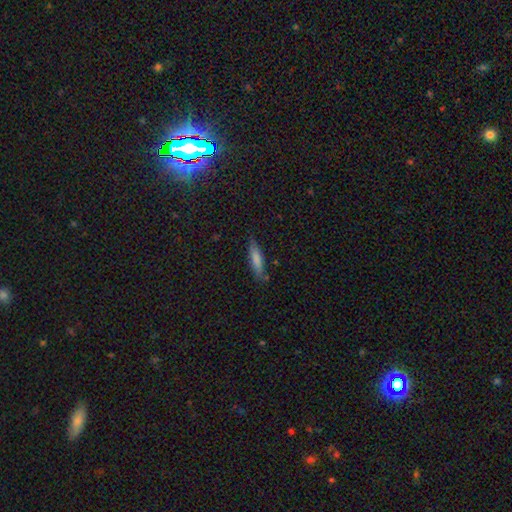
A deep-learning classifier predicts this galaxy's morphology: Smooth or featured: smooth — 70% (featured or disk — 20%)
How rounded: cigar-shaped — 77% (in between — 21%)
Merging: none — 80% (minor disturbance — 15%)